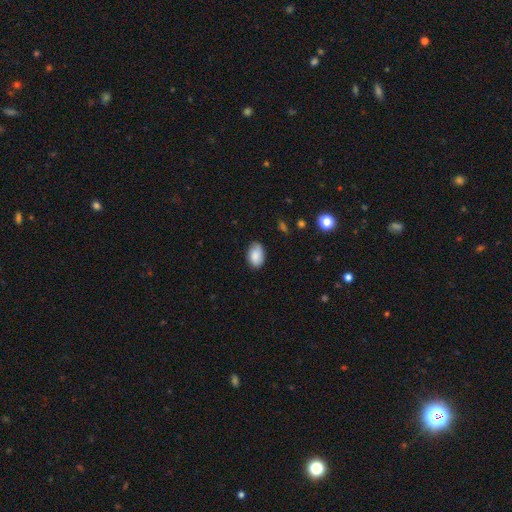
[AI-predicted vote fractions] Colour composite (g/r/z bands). It shows a smooth galaxy with no disk features (86%) that is in between round and cigar-shaped (89%). Merging: none (77%).